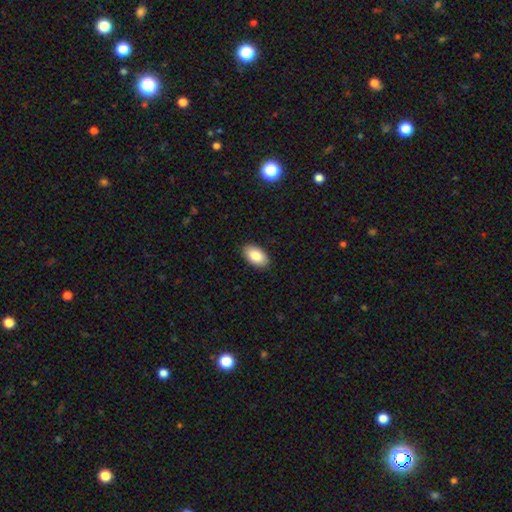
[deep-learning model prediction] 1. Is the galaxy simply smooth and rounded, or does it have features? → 85% smooth, 8% featured or disk, 7% star or artifact.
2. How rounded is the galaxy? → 94% in between, 4% round, 1% cigar-shaped.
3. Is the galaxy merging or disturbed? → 89% none, 8% minor disturbance, 2% major disturbance, 1% merger.